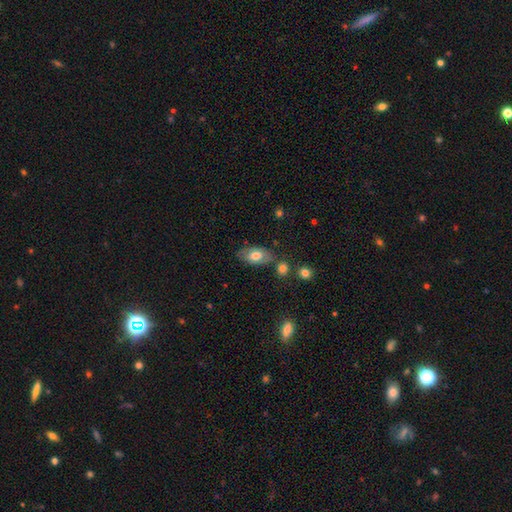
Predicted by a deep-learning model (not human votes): Smooth or featured? smooth (71%)
How rounded? in between (93%)
Merging? none (72%)